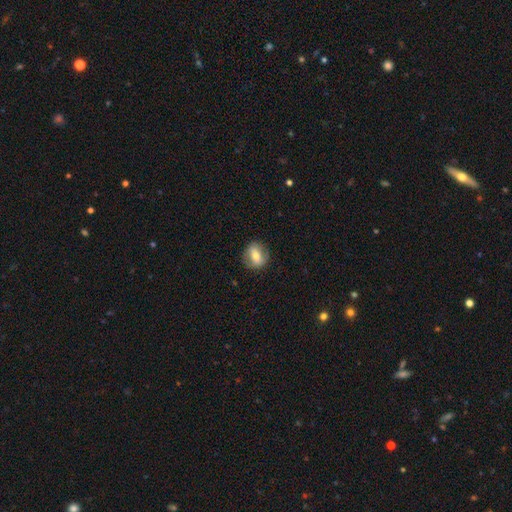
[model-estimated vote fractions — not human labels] This appears to be a smooth galaxy with no disk features (57%) that is round (64%). Merging: none (83%).